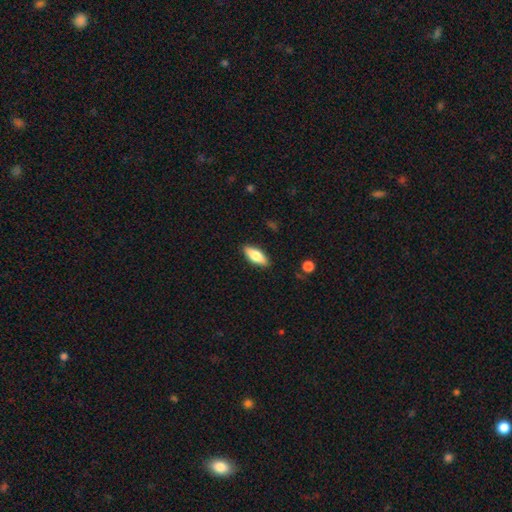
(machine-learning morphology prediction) smooth_or_featured: smooth (p=0.70) [alt: featured or disk p=0.24]
how_rounded: in between (p=0.72) [alt: cigar-shaped p=0.25]
merging: none (p=0.88) [alt: minor disturbance p=0.09]